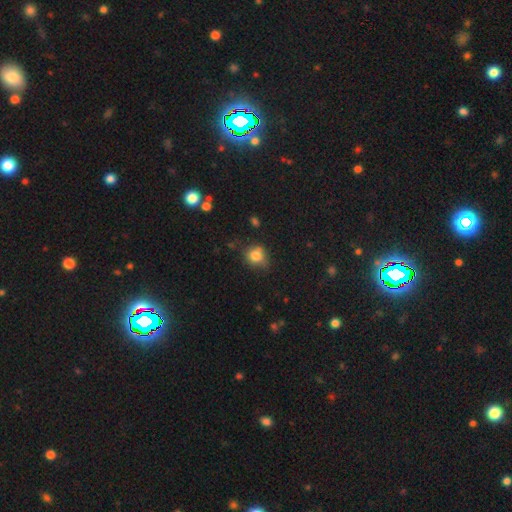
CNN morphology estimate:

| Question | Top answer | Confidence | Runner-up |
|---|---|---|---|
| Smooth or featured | smooth | 80% | star or artifact (11%) |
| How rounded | round | 76% | in between (23%) |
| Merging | none | 64% | minor disturbance (24%) |